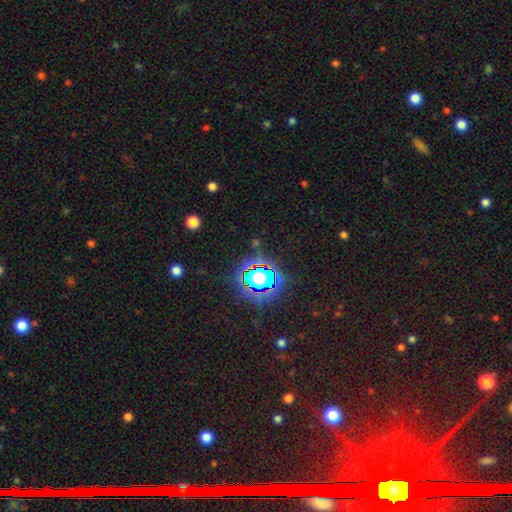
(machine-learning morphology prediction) smooth_or_featured: star or artifact (p=0.82) [alt: smooth p=0.11]